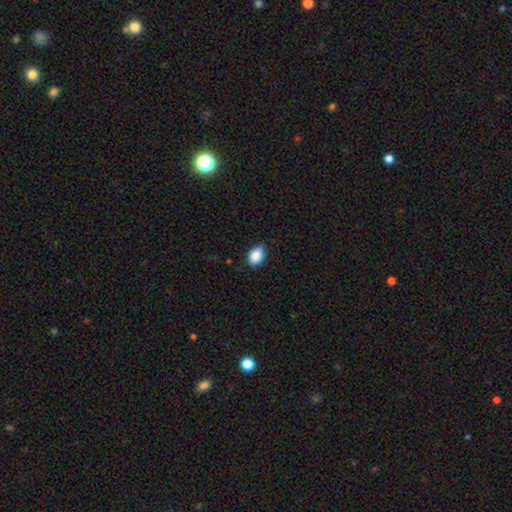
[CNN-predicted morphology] type=smooth (87%); roundness=in between (81%); merging=none (73%).